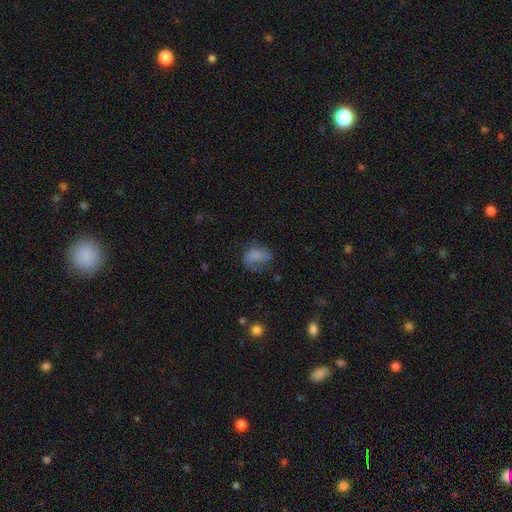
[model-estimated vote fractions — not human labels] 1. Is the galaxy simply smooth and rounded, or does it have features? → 70% smooth, 18% featured or disk, 12% star or artifact.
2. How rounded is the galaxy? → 72% in between, 26% round, 2% cigar-shaped.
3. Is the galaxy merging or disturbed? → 45% none, 29% minor disturbance, 24% major disturbance, 3% merger.